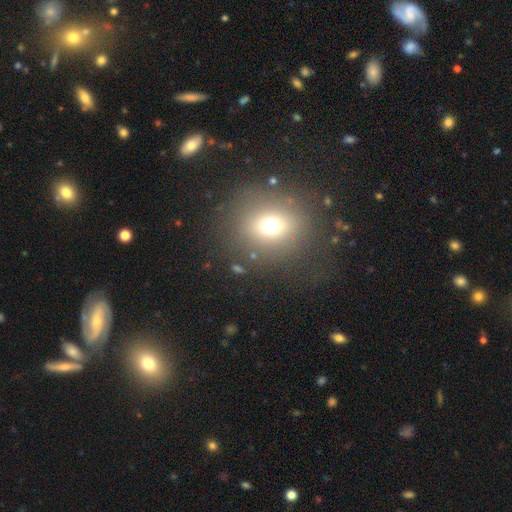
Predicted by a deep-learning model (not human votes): smooth 64%, star or artifact 20%, featured or disk 15%. Down the decision tree: how rounded — round (64%); merging — none (81%).